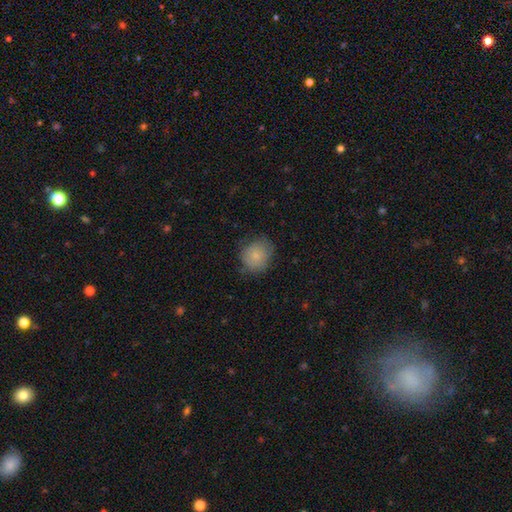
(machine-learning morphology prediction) A smooth galaxy with no disk features (78%) that is round (79%). Merging: none (70%).